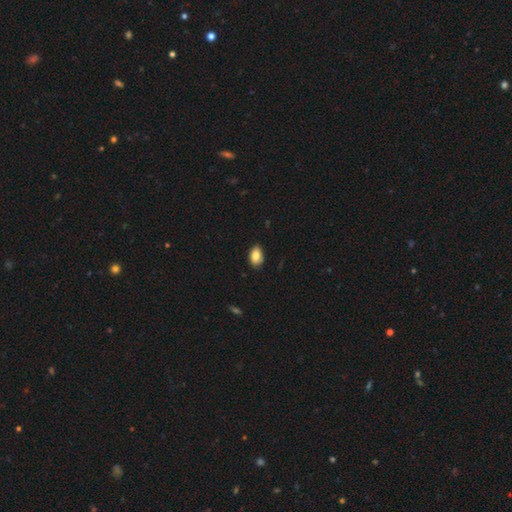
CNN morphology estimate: type=smooth (83%); roundness=in between (89%); merging=none (84%).